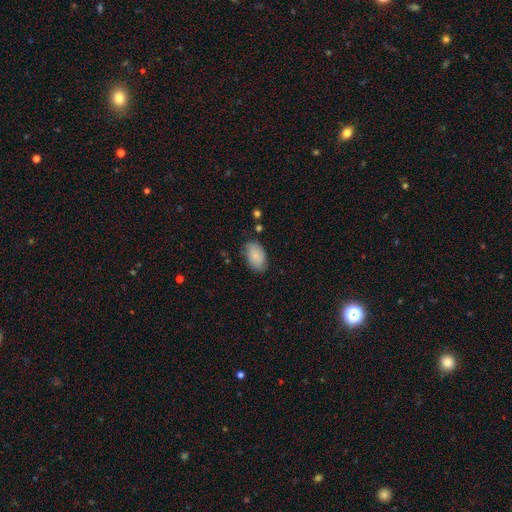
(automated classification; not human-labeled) smooth-or-featured: smooth: 81% | featured or disk: 12% | star or artifact: 7%
  how-rounded: in between: 91% | round: 7% | cigar-shaped: 1%
  merging: none: 73% | minor disturbance: 21% | major disturbance: 4% | merger: 2%